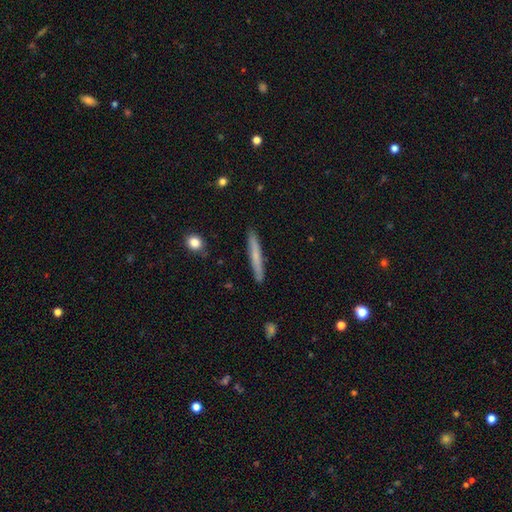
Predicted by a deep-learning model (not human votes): Smooth or featured? Predicted: smooth (p=0.61). How rounded? Predicted: cigar-shaped (p=0.96). Merging? Predicted: none (p=0.90).